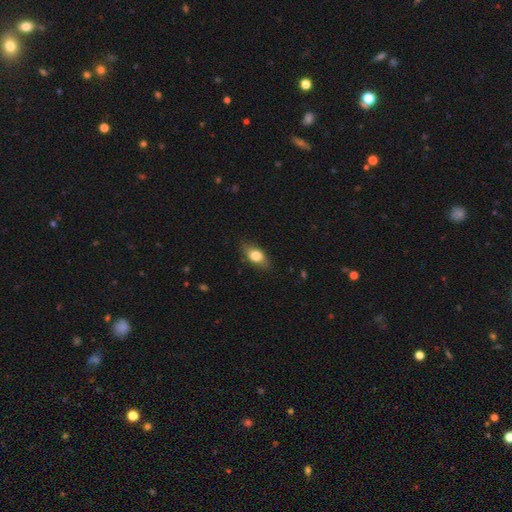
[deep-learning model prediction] The model was most divided on "smooth or featured": smooth: 77%, featured or disk: 16%, star or artifact: 7%. More confident: how rounded — in between (83%); merging — none (80%).